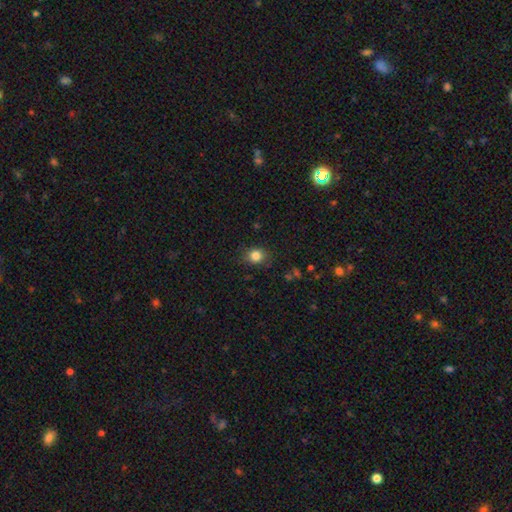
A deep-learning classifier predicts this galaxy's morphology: A smooth galaxy with no disk features (84%) that is round (67%).

Vote fractions:
- Smooth or featured? smooth: 84% / star or artifact: 11% / featured or disk: 5%
- How rounded? round: 67% / in between: 32% / cigar-shaped: 1%
- Merging? none: 83% / minor disturbance: 13% / major disturbance: 3% / merger: 1%